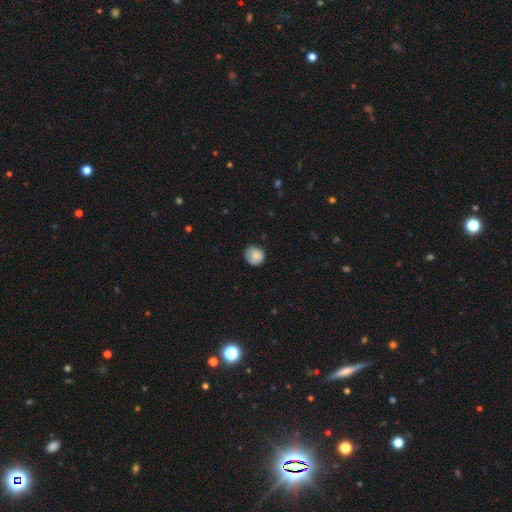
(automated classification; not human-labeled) smooth 81%, featured or disk 11%, star or artifact 8%. Down the decision tree: how rounded — round (84%); merging — none (74%).